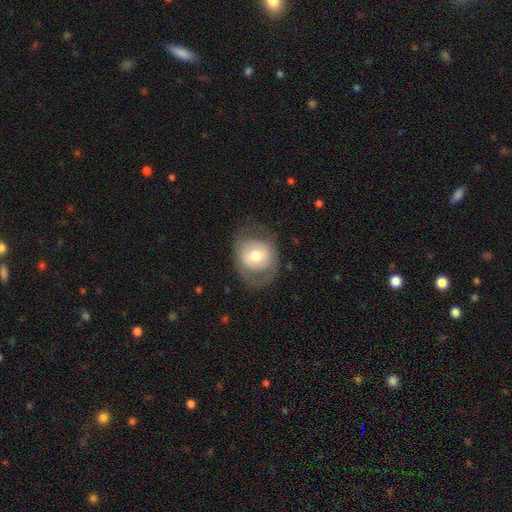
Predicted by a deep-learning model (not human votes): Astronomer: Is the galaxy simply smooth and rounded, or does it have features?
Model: smooth — 56% (runner-up: featured or disk, 37%).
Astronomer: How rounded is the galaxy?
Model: round — 67%.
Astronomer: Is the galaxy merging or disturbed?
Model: none — 64%.